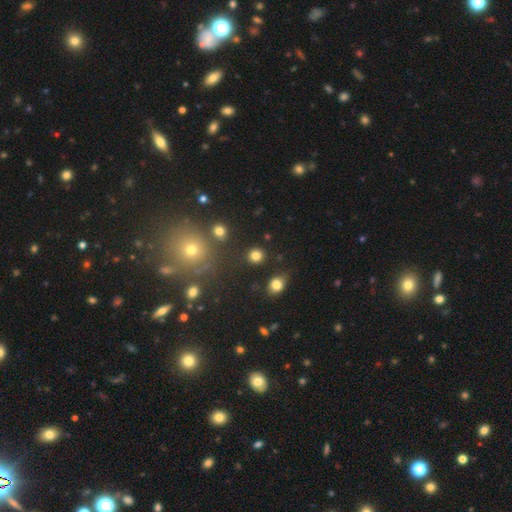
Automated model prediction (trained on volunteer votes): smooth-or-featured: smooth: 82% | star or artifact: 13% | featured or disk: 5%
  how-rounded: round: 88% | in between: 11% | cigar-shaped: 1%
  merging: none: 86% | minor disturbance: 7% | merger: 4% | major disturbance: 3%